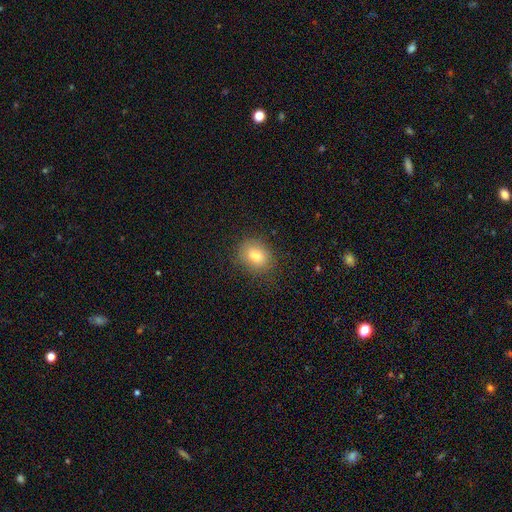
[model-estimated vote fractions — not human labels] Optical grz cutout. It shows a smooth galaxy with no disk features (82%) that is in between round and cigar-shaped (55%). Merging: none (82%).